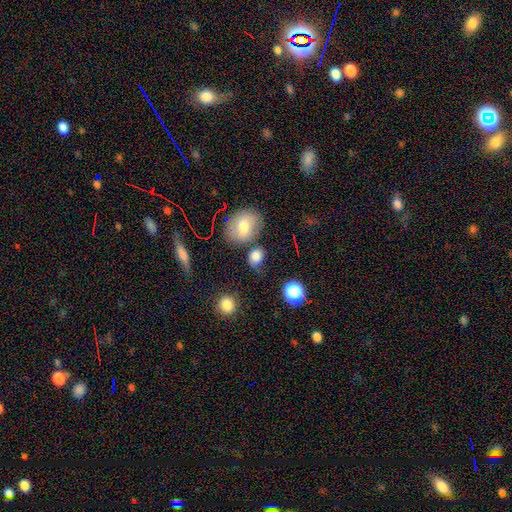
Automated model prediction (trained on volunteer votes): smooth 79%, star or artifact 13%, featured or disk 9%. Down the decision tree: how rounded — in between (51%); merging — none (64%).